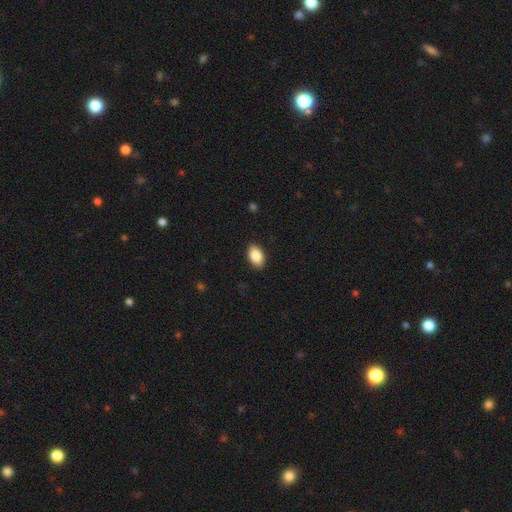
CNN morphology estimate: The model was most divided on "smooth or featured": smooth: 86%, star or artifact: 7%, featured or disk: 7%. More confident: how rounded — in between (92%); merging — none (89%).